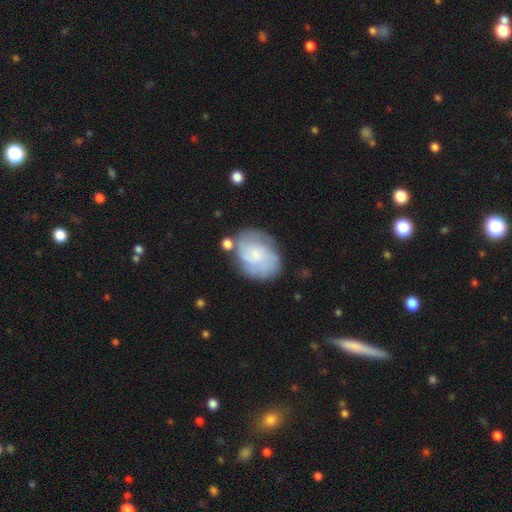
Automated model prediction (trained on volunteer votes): A featured or disk galaxy (58%) with no bar (69%), spiral arms (84%) and a small central bulge (58%). Merging: none (62%).